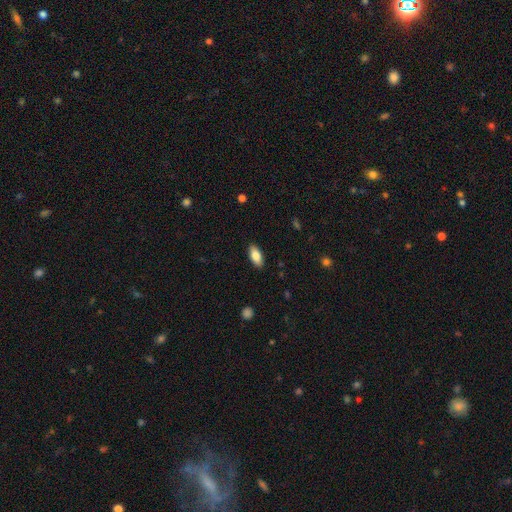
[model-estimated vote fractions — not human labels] Q: Smooth or featured?
A: smooth (83%); runner-up: featured or disk (10%)
Q: How rounded?
A: in between (88%); runner-up: cigar-shaped (10%)
Q: Merging?
A: none (89%); runner-up: minor disturbance (8%)